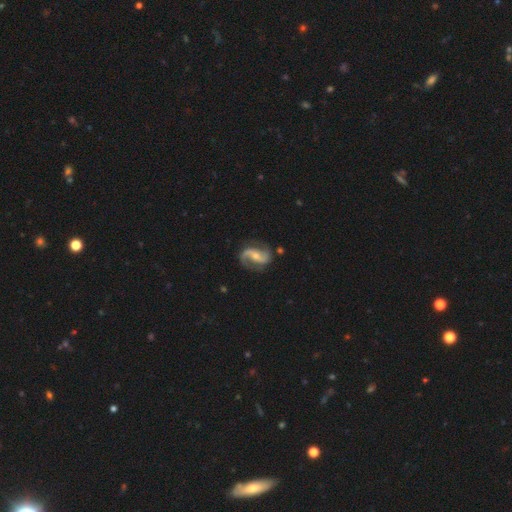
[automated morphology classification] This is clearly a featured or disk galaxy (89%). It is clearly not viewed edge-on (97%). Bar: marginally weak (37%). Spiral arm pattern: clearly yes (97%). Spiral arm count: clearly 2 (92%). Spiral winding: possibly loose (45%). Central bulge: possibly small (53%). Merging: likely none (76%).